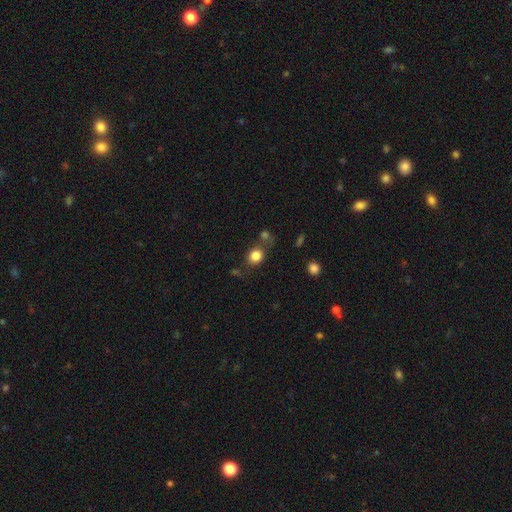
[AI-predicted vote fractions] This is clearly a smooth galaxy (83%). How rounded: likely round (63%). Merging: likely none (66%).